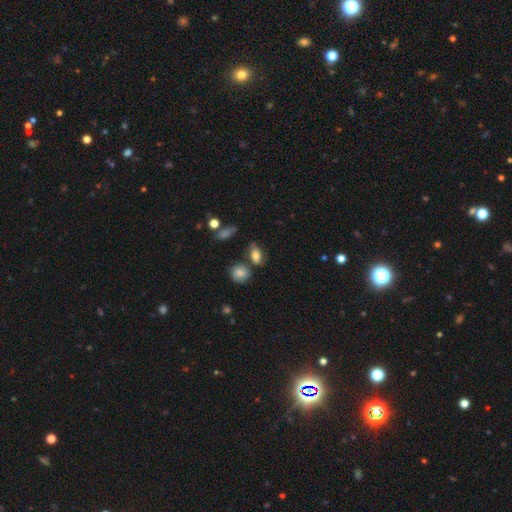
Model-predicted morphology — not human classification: type=smooth (76%); roundness=in between (81%); merging=none (61%).